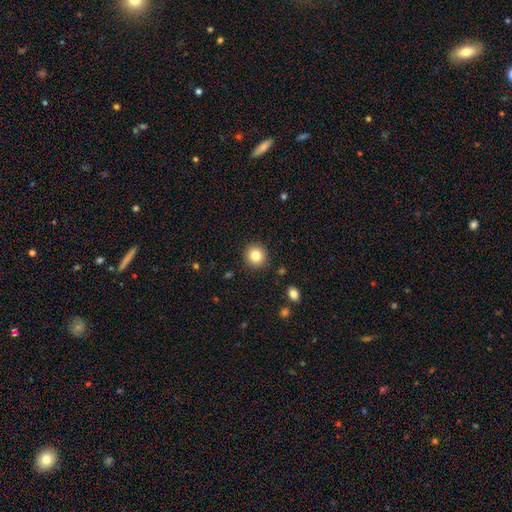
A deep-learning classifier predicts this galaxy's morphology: smooth 83%, star or artifact 10%, featured or disk 7%. Down the decision tree: how rounded — round (91%); merging — none (90%).